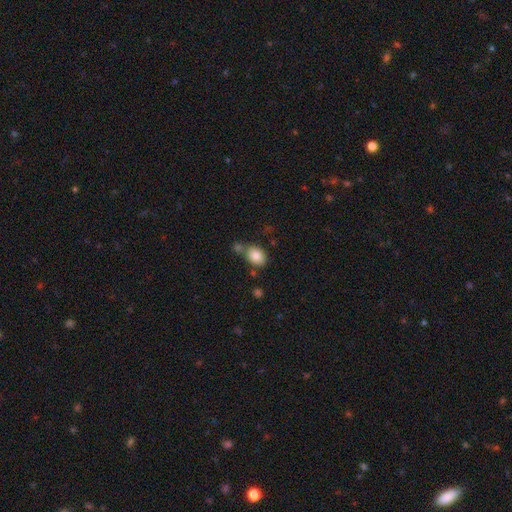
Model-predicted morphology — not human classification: Smooth or featured? Predicted: smooth (p=0.83). How rounded? Predicted: in between (p=0.69). Merging? Predicted: none (p=0.64).